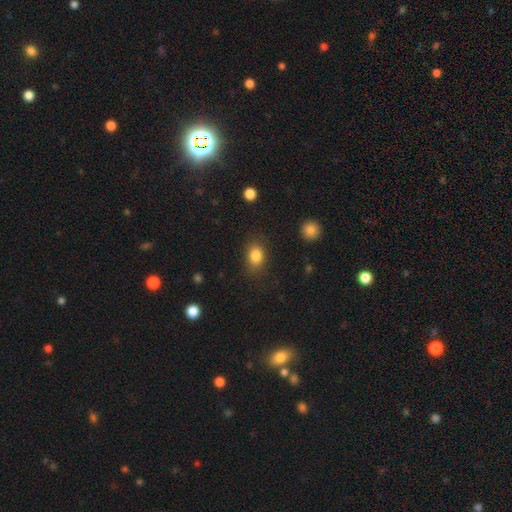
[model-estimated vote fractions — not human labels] Smooth or featured: smooth — 84% (star or artifact — 9%)
How rounded: in between — 66% (round — 32%)
Merging: none — 79% (minor disturbance — 14%)